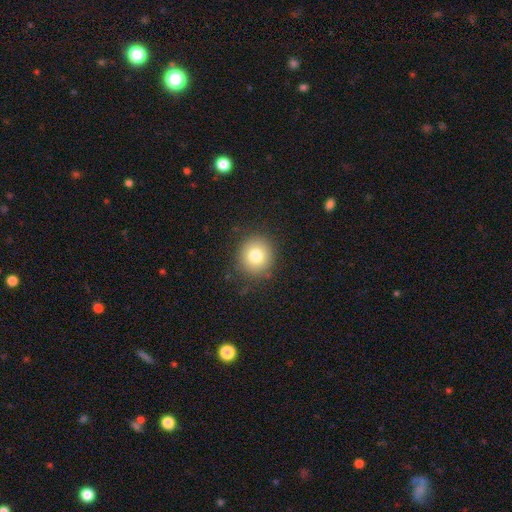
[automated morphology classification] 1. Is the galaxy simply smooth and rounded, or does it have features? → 78% smooth, 12% star or artifact, 10% featured or disk.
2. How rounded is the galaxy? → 90% round, 9% in between, 1% cigar-shaped.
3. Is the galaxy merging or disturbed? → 87% none, 9% minor disturbance, 3% major disturbance, 1% merger.